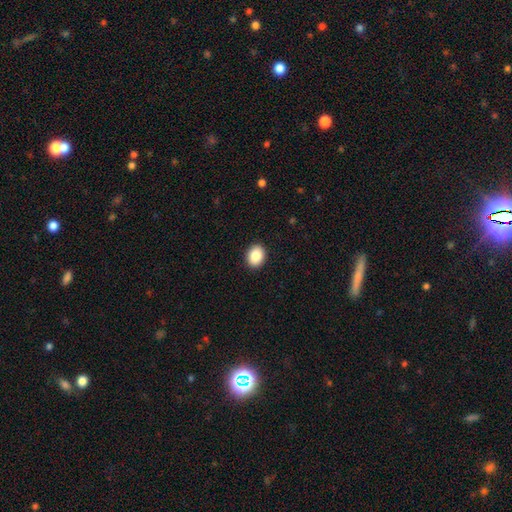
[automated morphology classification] Smooth or featured: smooth — 87% (star or artifact — 8%)
How rounded: in between — 62% (round — 37%)
Merging: none — 92% (minor disturbance — 6%)